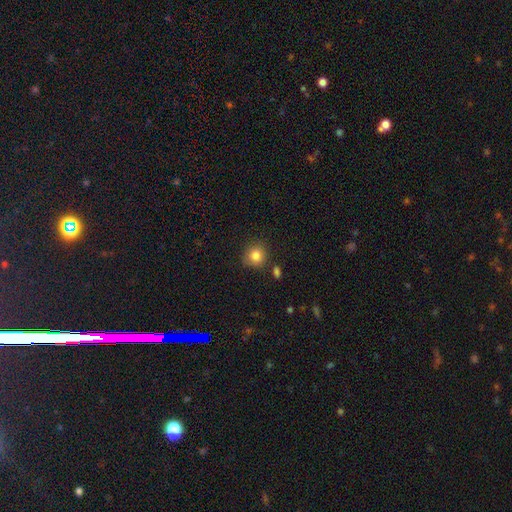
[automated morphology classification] Smooth or featured? smooth (84%)
How rounded? round (86%)
Merging? none (82%)